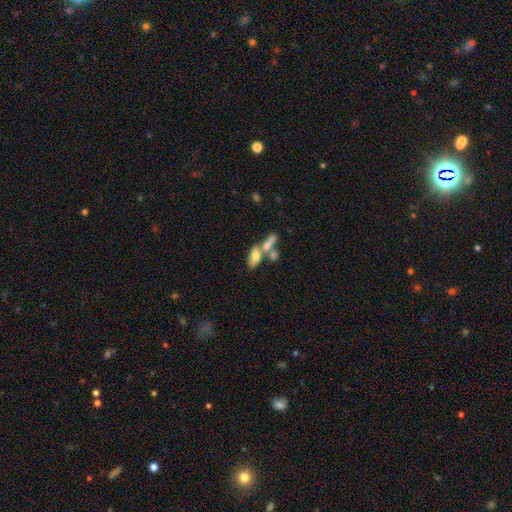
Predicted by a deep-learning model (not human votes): This appears to be a smooth galaxy with no disk features (63%) that is in between round and cigar-shaped (80%). Merging: merger (56%).